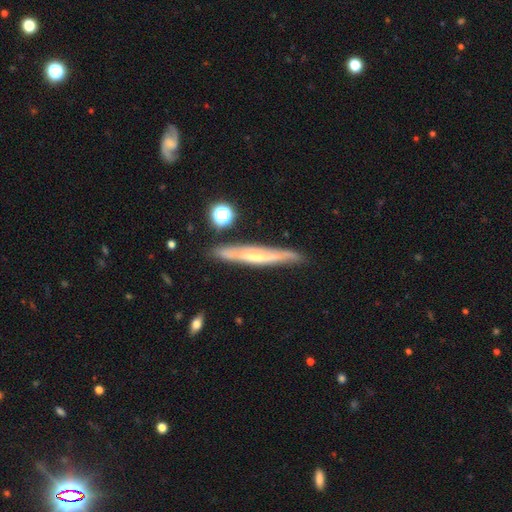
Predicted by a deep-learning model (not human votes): Smooth or featured? featured or disk (59%)
Edge-on disk? yes (84%)
Merging? none (82%)